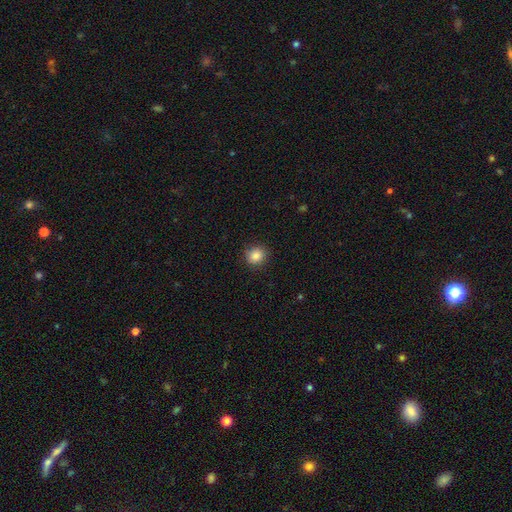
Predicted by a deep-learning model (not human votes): Smooth or featured? Predicted: smooth (p=0.83). How rounded? Predicted: round (p=0.85). Merging? Predicted: none (p=0.88).